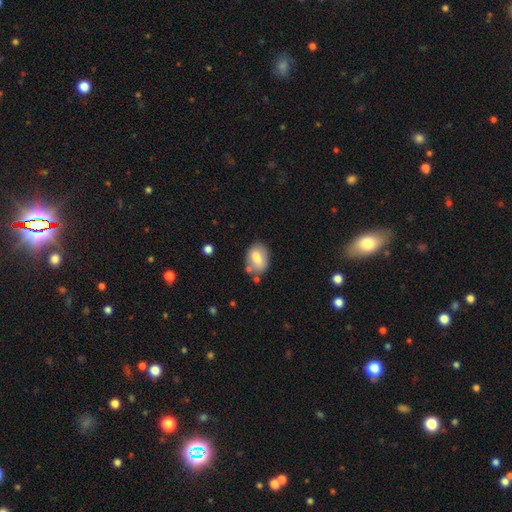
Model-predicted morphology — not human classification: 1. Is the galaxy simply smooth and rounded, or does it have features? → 70% smooth, 22% featured or disk, 8% star or artifact.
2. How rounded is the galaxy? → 79% in between, 19% round, 2% cigar-shaped.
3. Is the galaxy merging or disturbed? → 69% none, 18% minor disturbance, 9% merger, 5% major disturbance.